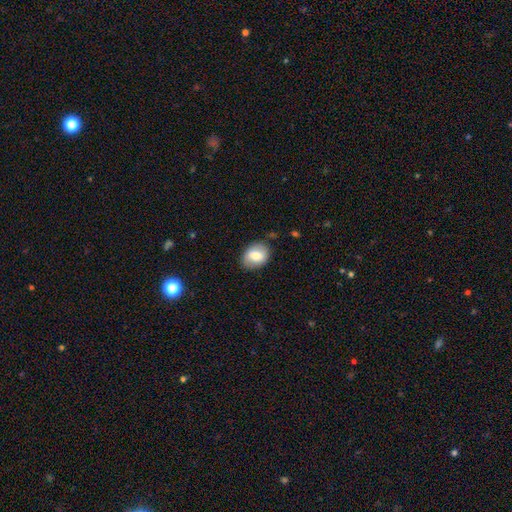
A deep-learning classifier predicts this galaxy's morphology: This is likely a smooth galaxy (76%). How rounded: likely in between (69%). Merging: clearly none (81%).